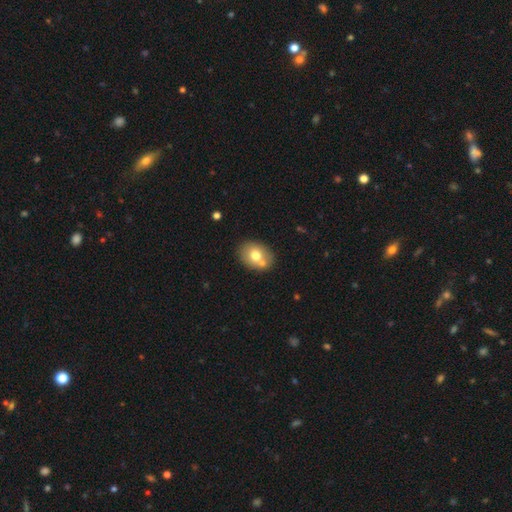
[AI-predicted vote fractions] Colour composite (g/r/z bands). It shows a smooth galaxy with no disk features (70%) that is in between round and cigar-shaped (64%). Merging: none (65%).